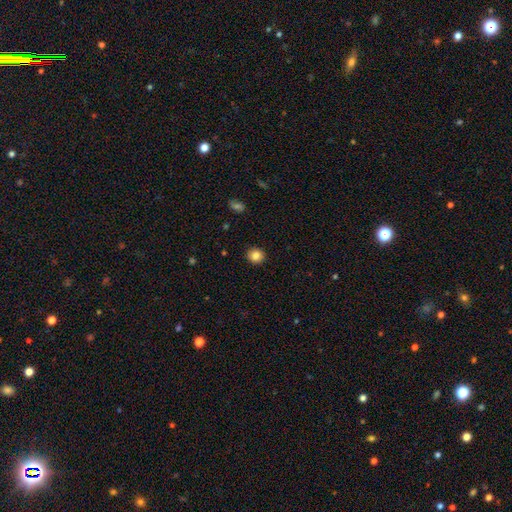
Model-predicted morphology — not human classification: smooth 84%, star or artifact 10%, featured or disk 6%. Down the decision tree: how rounded — round (85%); merging — none (90%).